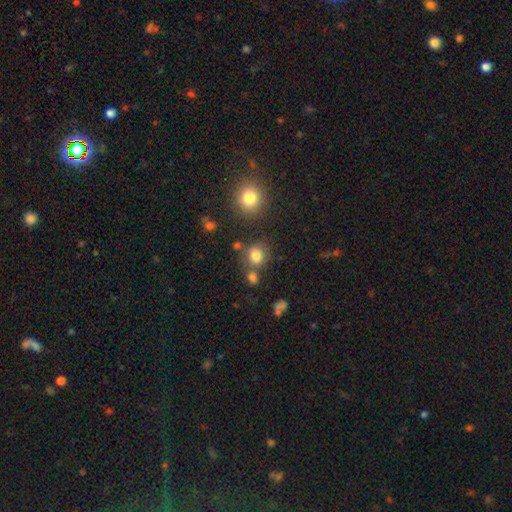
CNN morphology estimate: Smooth or featured?
  - smooth: 79% *
  - star or artifact: 13%
  - featured or disk: 7%
How rounded?
  - round: 71% *
  - in between: 28%
  - cigar-shaped: 1%
Merging?
  - none: 64% *
  - merger: 16%
  - minor disturbance: 14%
  - major disturbance: 5%